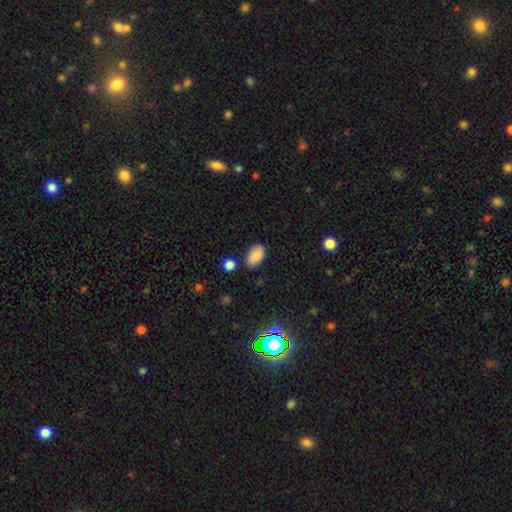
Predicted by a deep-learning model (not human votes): Smooth or featured?
  - smooth: 81% *
  - featured or disk: 11%
  - star or artifact: 9%
How rounded?
  - in between: 91% *
  - round: 7%
  - cigar-shaped: 1%
Merging?
  - none: 74% *
  - minor disturbance: 18%
  - merger: 5%
  - major disturbance: 3%